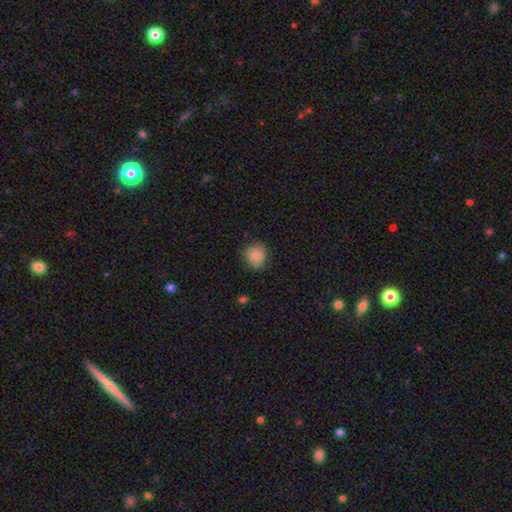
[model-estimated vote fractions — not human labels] This is likely a smooth galaxy (75%). How rounded: clearly round (81%). Merging: likely none (75%).